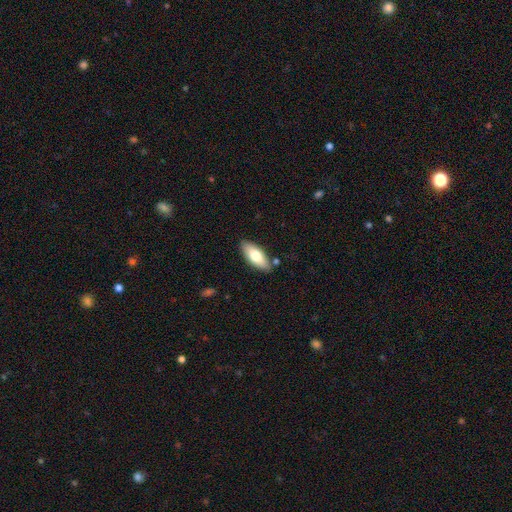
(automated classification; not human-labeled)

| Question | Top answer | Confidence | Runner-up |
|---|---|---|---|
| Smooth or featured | smooth | 71% | featured or disk (23%) |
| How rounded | in between | 80% | cigar-shaped (18%) |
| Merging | none | 83% | minor disturbance (11%) |